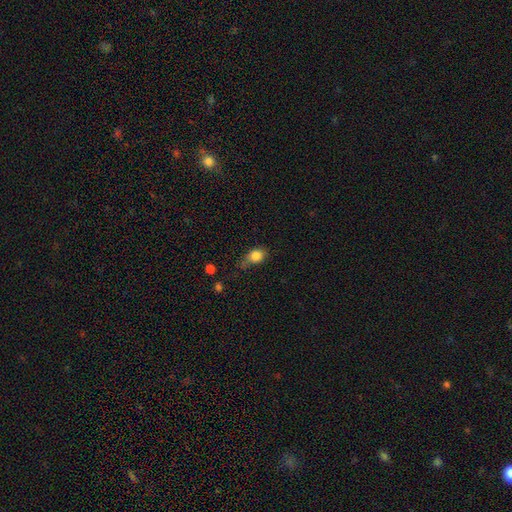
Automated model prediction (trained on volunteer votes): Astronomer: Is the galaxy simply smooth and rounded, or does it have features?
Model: smooth — 83%.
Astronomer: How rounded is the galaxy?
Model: in between — 55% (runner-up: round, 42%).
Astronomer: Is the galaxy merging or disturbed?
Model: none — 41% (runner-up: minor disturbance, 37%).